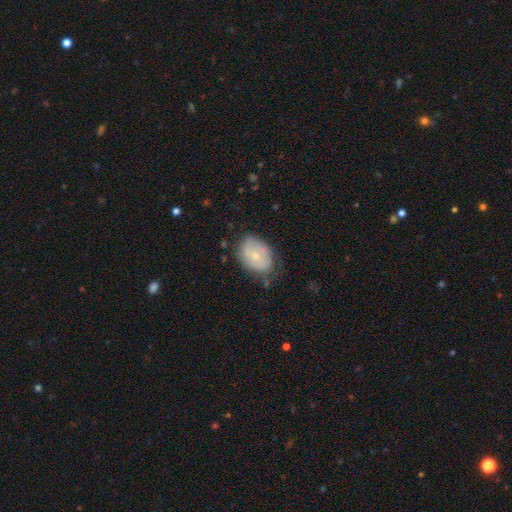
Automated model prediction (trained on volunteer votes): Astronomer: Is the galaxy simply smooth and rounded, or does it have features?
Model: smooth — 61%.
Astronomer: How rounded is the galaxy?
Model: in between — 72%.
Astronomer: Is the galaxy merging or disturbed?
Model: none — 59%.